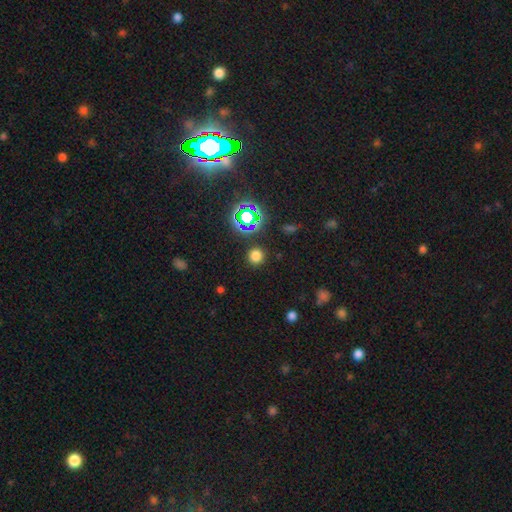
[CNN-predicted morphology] smooth_or_featured: smooth (p=0.70) [alt: star or artifact p=0.25]
how_rounded: round (p=0.90) [alt: in between p=0.09]
merging: none (p=0.88) [alt: minor disturbance p=0.07]